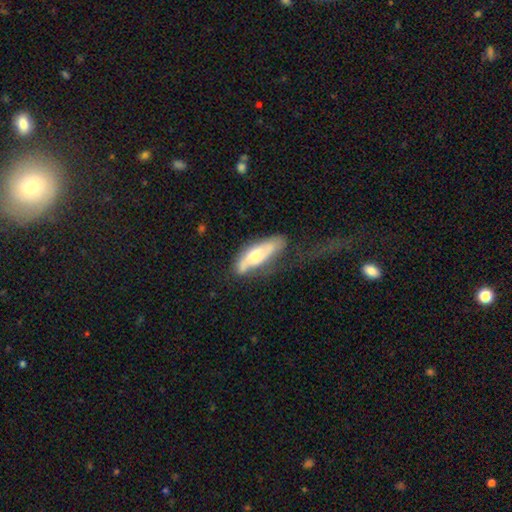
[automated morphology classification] This appears to be a featured or disk galaxy (50%). Merging: none (41%).